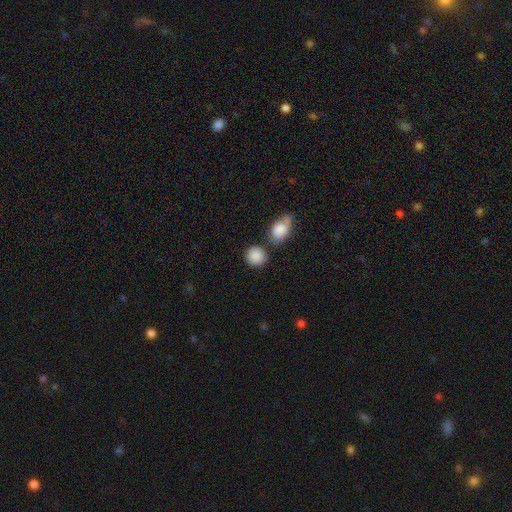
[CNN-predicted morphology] The model was most divided on "merging": none: 67%, merger: 16%, minor disturbance: 13%, major disturbance: 4%. More confident: smooth or featured — smooth (88%); how rounded — round (82%).